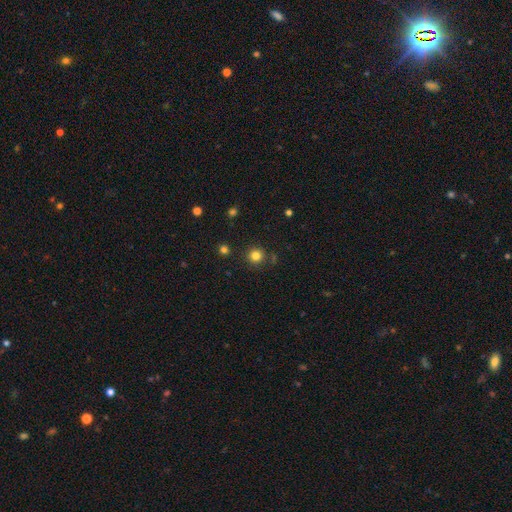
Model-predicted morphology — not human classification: This appears to be a smooth galaxy with no disk features (81%) that is round (94%). Merging: none (87%).